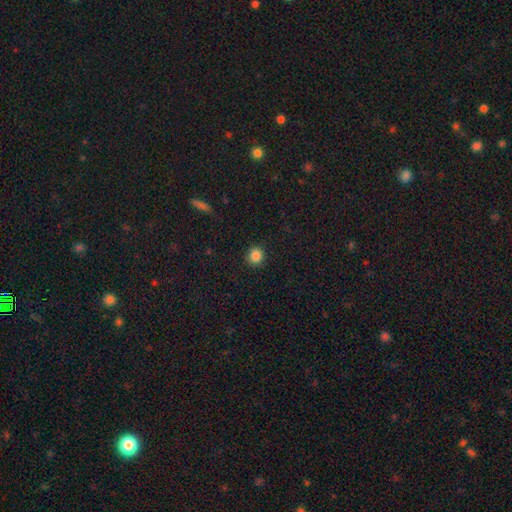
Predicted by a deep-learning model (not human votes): Q: Smooth or featured?
A: smooth (86%); runner-up: star or artifact (11%)
Q: How rounded?
A: round (90%); runner-up: in between (9%)
Q: Merging?
A: none (90%); runner-up: minor disturbance (7%)